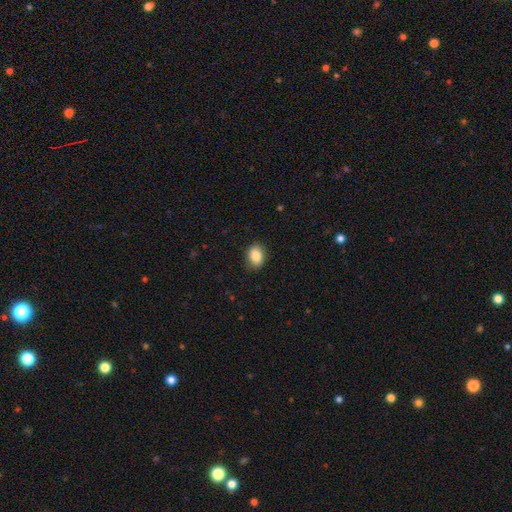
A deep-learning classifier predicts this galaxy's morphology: type=smooth (86%); roundness=in between (73%); merging=none (87%).